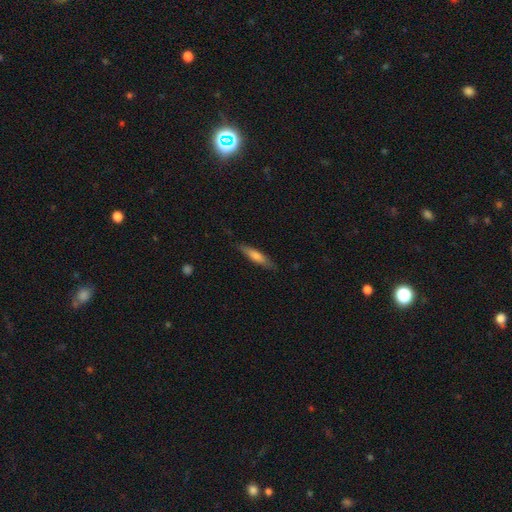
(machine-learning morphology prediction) Smooth or featured? smooth (66%)
How rounded? cigar-shaped (83%)
Merging? none (84%)